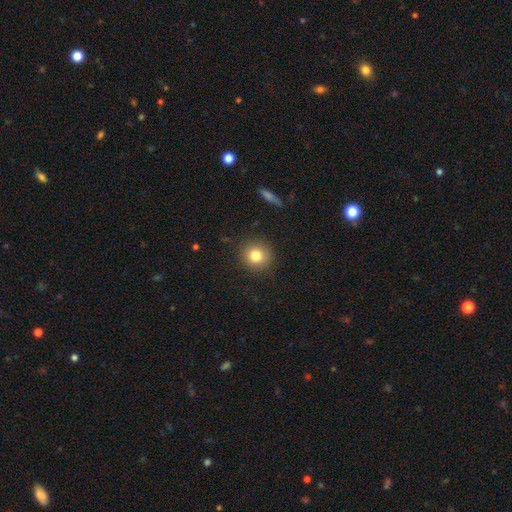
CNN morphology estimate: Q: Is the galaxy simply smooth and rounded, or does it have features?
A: smooth — 81%.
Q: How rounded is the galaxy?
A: round — 92%.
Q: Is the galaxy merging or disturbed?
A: none — 89%.